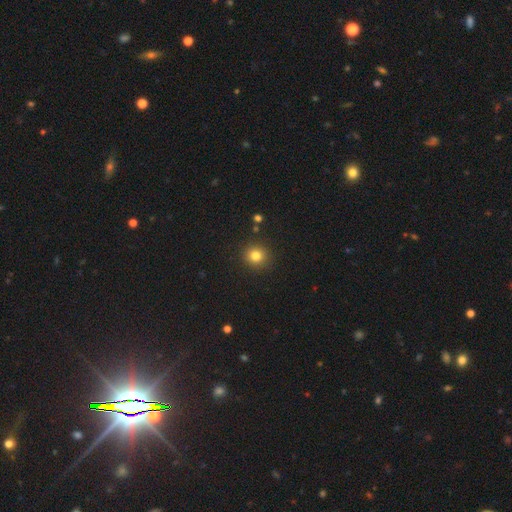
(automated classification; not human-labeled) Smooth or featured?
  - smooth: 81% *
  - star or artifact: 13%
  - featured or disk: 6%
How rounded?
  - round: 91% *
  - in between: 8%
  - cigar-shaped: 1%
Merging?
  - none: 90% *
  - minor disturbance: 6%
  - major disturbance: 2%
  - merger: 2%